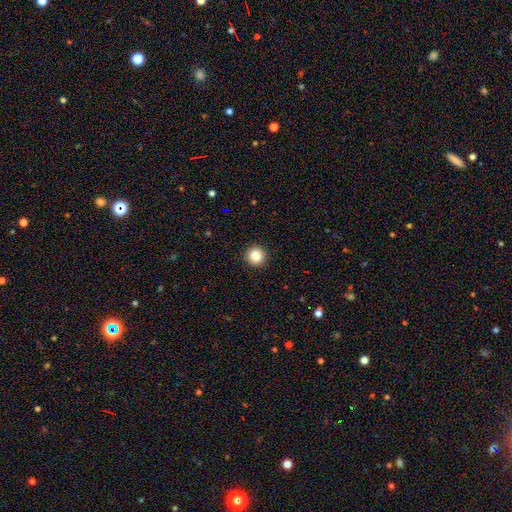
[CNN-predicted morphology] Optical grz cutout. It shows a smooth galaxy with no disk features (85%) that is round (95%). Merging: none (93%).